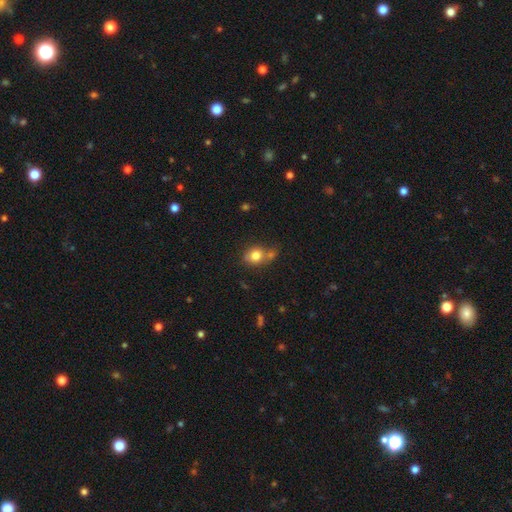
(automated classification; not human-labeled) A smooth galaxy with no disk features (79%) that is round (70%).

Vote fractions:
- Smooth or featured? smooth: 79% / featured or disk: 11% / star or artifact: 11%
- How rounded? round: 70% / in between: 29% / cigar-shaped: 1%
- Merging? none: 52% / merger: 27% / minor disturbance: 16% / major disturbance: 5%